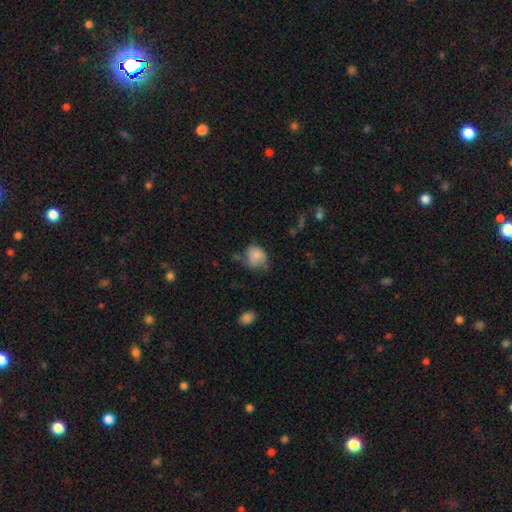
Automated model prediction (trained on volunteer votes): The model was most divided on "merging": none: 40%, minor disturbance: 36%, major disturbance: 19%, merger: 5%. More confident: smooth or featured — smooth (74%); how rounded — round (56%).